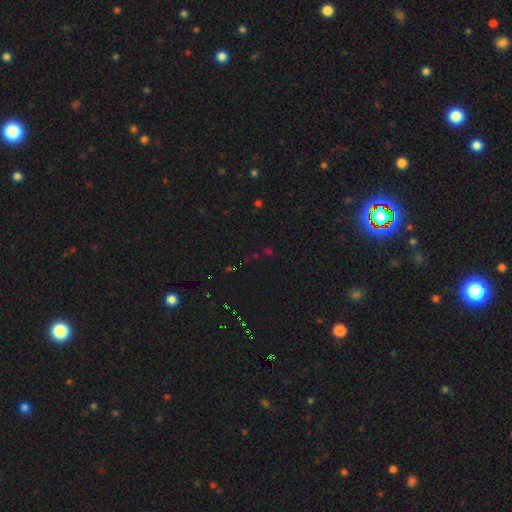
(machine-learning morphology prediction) A star or artifact, not a galaxy (64%).